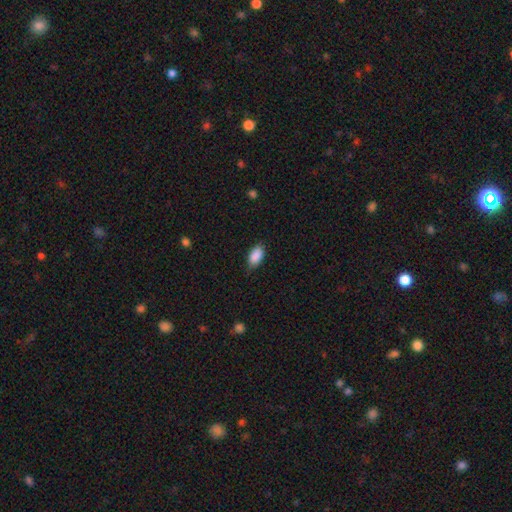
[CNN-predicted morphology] Smooth or featured? Predicted: smooth (p=0.89). How rounded? Predicted: in between (p=0.93). Merging? Predicted: none (p=0.75).